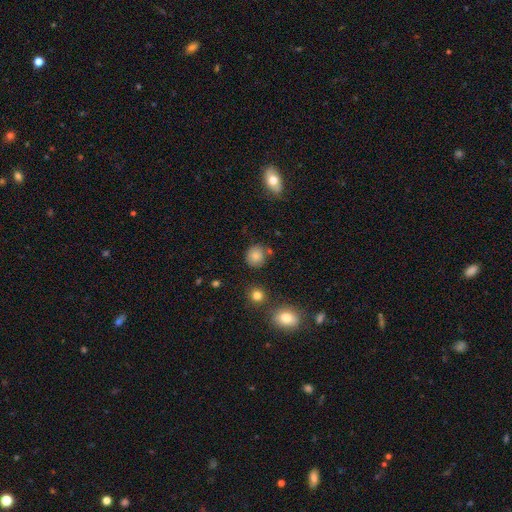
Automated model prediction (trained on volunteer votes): Morphology: type=smooth (81%); roundness=round (87%); merging=none (81%).